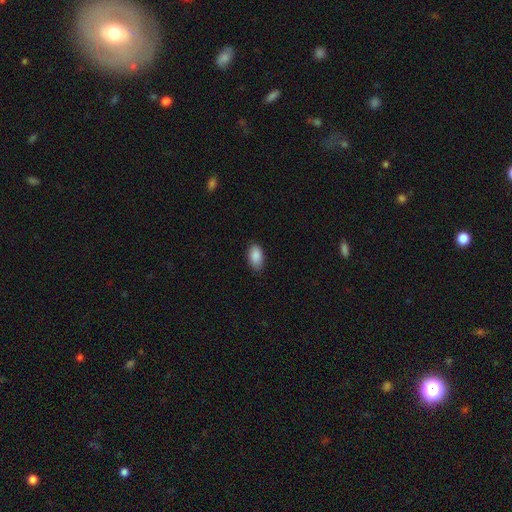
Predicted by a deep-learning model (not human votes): Q: Smooth or featured?
A: smooth (90%); runner-up: star or artifact (7%)
Q: How rounded?
A: in between (94%); runner-up: round (4%)
Q: Merging?
A: none (85%); runner-up: minor disturbance (12%)